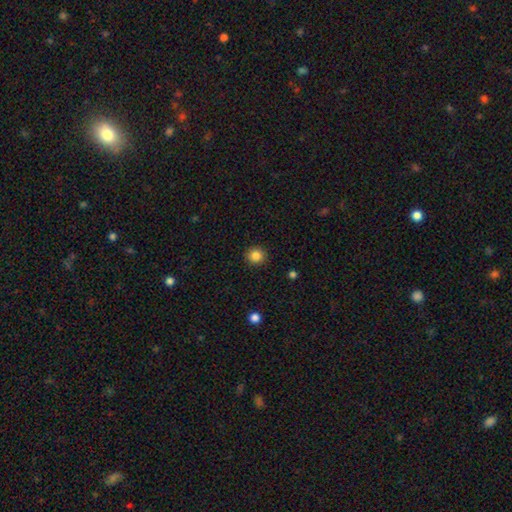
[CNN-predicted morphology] This is clearly a smooth galaxy (86%). How rounded: clearly round (93%). Merging: clearly none (92%).